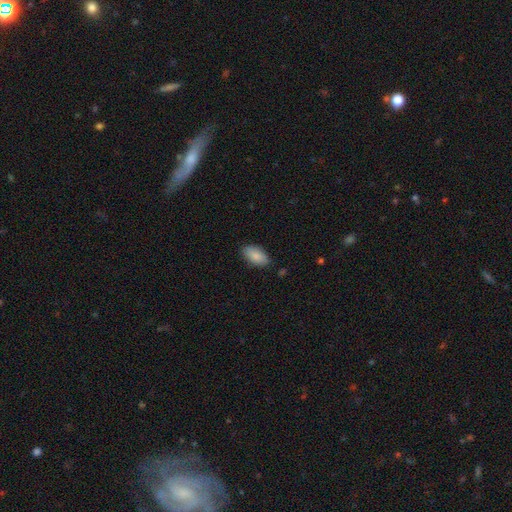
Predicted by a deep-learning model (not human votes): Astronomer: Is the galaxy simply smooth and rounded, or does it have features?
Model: smooth — 87%.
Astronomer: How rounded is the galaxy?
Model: in between — 93%.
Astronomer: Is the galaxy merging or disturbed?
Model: none — 84%.